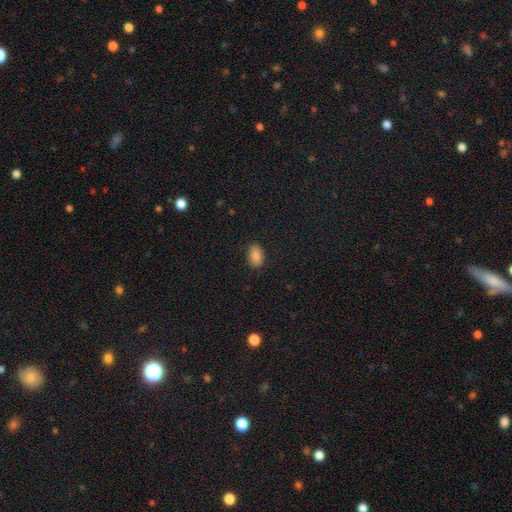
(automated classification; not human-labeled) A smooth galaxy with no disk features (83%) that is in between round and cigar-shaped (82%). Merging: none (87%).